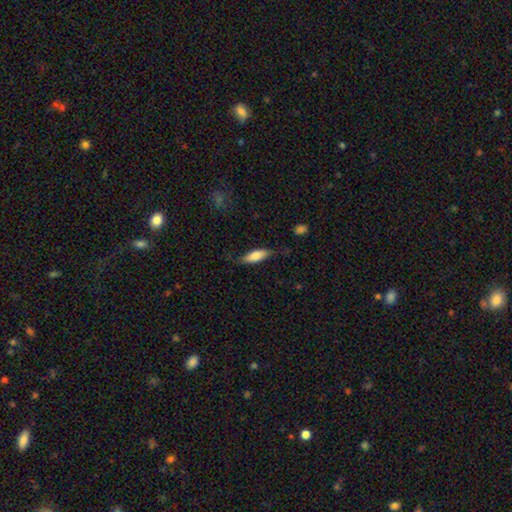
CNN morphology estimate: This appears to be a smooth galaxy with no disk features (73%) that is in between round and cigar-shaped (60%). Merging: none (70%).